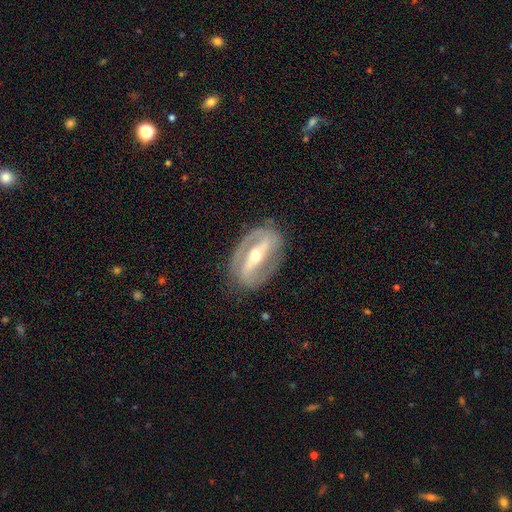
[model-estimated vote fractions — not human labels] A featured or disk galaxy (86%) with a strong bar (72%), 2 (85%) medium (44%) spiral arms (83%) and a moderate central bulge (58%). Merging: none (81%).